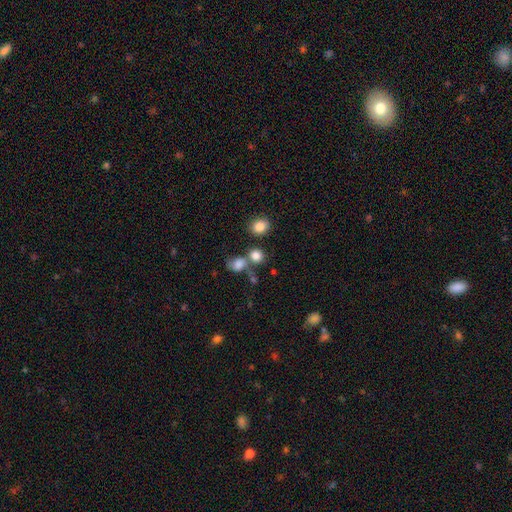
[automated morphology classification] A smooth galaxy with no disk features (80%) that is round (71%).

Vote fractions:
- Smooth or featured? smooth: 80% / star or artifact: 12% / featured or disk: 8%
- How rounded? round: 71% / in between: 27% / cigar-shaped: 1%
- Merging? none: 49% / merger: 33% / minor disturbance: 11% / major disturbance: 6%